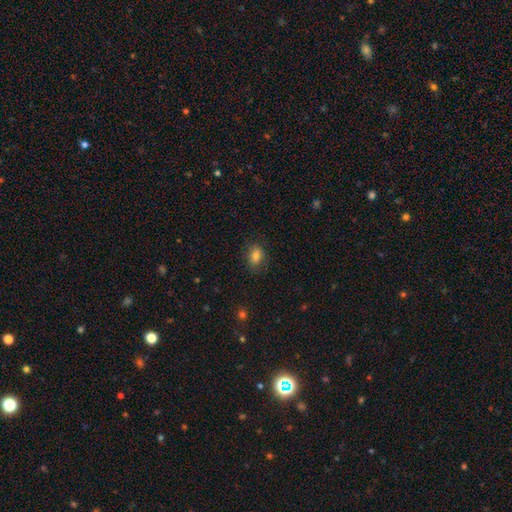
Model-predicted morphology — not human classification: Overall: smooth (82%). How rounded: in between (75%). Merging: none (81%).